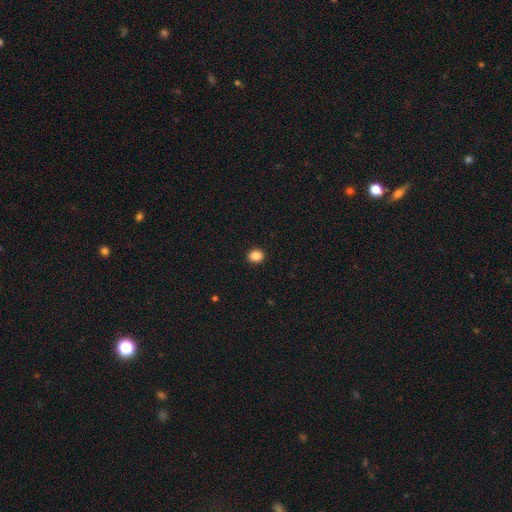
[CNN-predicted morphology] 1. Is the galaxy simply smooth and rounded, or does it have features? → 87% smooth, 10% star or artifact, 3% featured or disk.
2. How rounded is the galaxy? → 70% round, 29% in between, 1% cigar-shaped.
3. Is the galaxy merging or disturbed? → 92% none, 5% minor disturbance, 2% major disturbance, 1% merger.